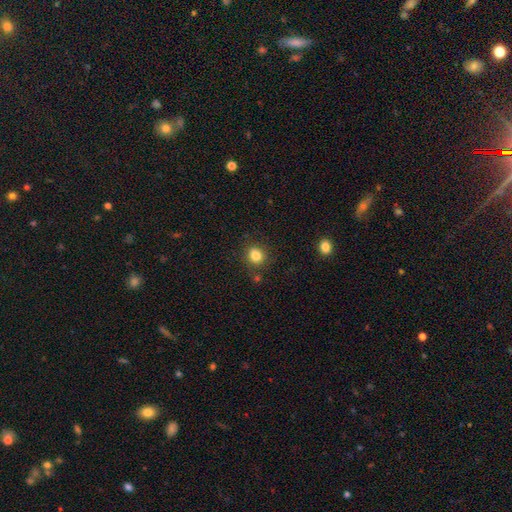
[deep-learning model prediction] Morphology: type=smooth (83%); roundness=round (72%); merging=none (81%).